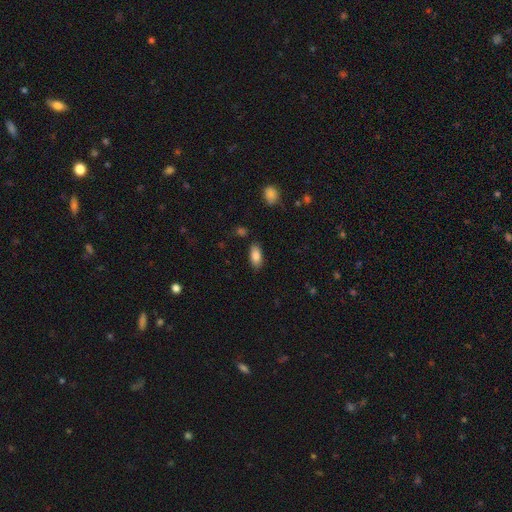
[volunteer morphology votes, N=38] A smooth galaxy with no disk features (89%) that is in between round and cigar-shaped (82%). Merging: none (78%).